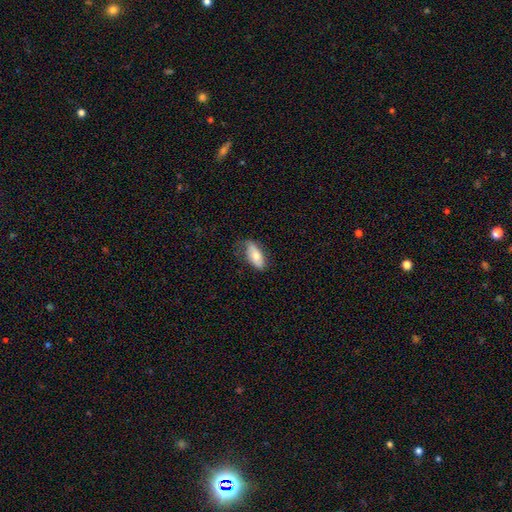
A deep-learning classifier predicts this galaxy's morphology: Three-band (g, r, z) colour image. It shows a smooth galaxy with no disk features (68%) that is in between round and cigar-shaped (86%). Merging: none (61%).